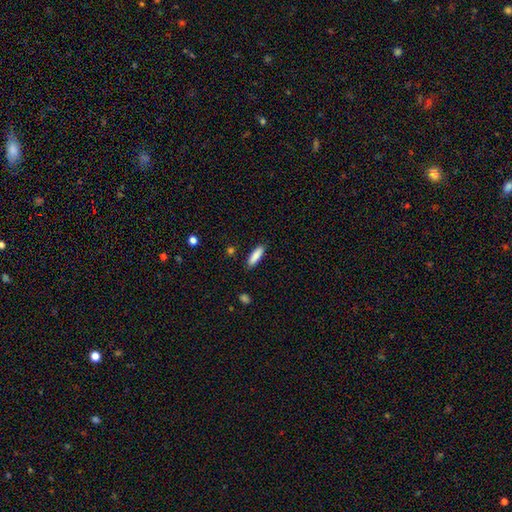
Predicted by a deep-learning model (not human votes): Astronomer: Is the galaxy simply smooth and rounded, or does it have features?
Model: smooth — 86%.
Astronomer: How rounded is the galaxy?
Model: cigar-shaped — 61% (runner-up: in between, 37%).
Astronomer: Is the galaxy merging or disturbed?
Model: none — 87%.